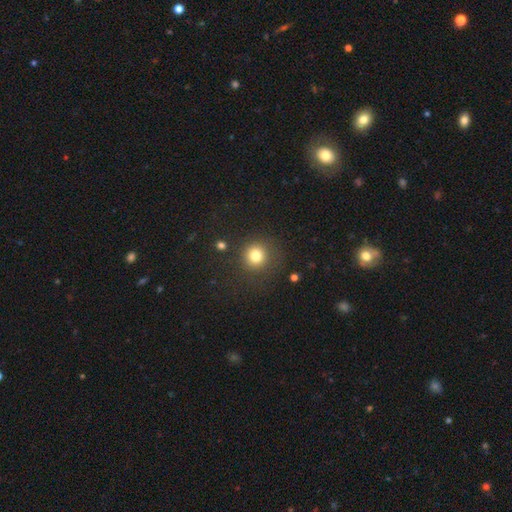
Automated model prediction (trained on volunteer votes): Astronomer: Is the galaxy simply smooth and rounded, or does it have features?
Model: smooth — 80%.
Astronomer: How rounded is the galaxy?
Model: round — 91%.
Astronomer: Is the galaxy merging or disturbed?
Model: none — 82%.